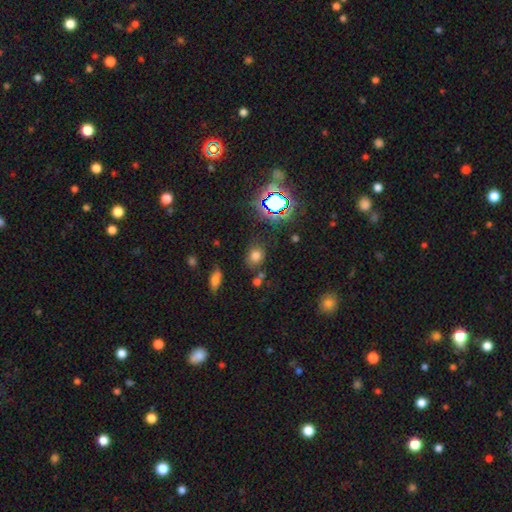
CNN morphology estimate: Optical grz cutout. It shows a smooth galaxy with no disk features (70%) that is round (65%). Merging: none (76%).